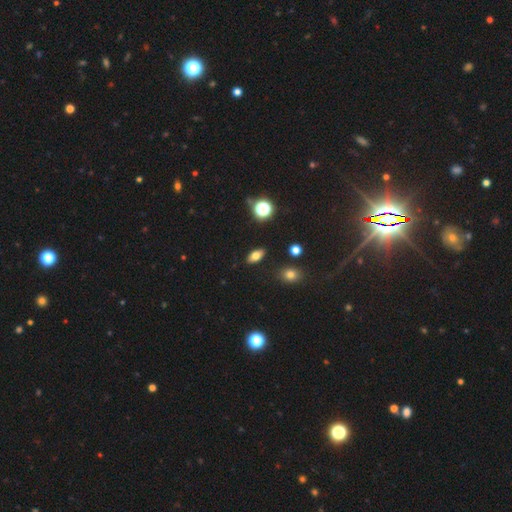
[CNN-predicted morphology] Q: Smooth or featured?
A: smooth (74%); runner-up: featured or disk (14%)
Q: How rounded?
A: in between (85%); runner-up: cigar-shaped (8%)
Q: Merging?
A: none (88%); runner-up: minor disturbance (8%)